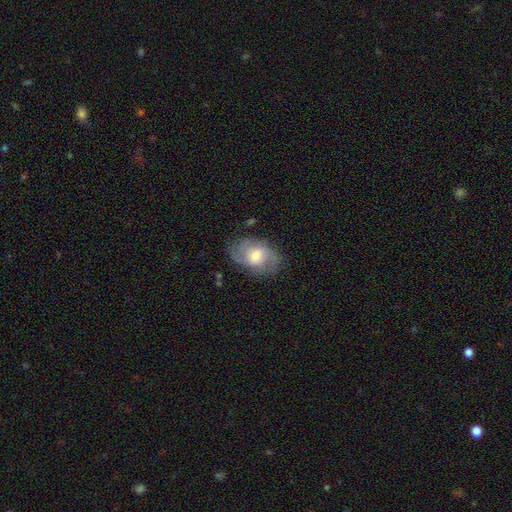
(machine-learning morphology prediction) Smooth or featured?
  - featured or disk: 63% *
  - smooth: 30%
  - star or artifact: 7%
Edge-on disk?
  - no: 96% *
  - yes: 4%
Bar?
  - no: 53% *
  - weak: 40%
  - strong: 7%
Spiral arms?
  - yes: 85% *
  - no: 15%
Spiral winding?
  - medium: 46% *
  - tight: 33%
  - loose: 21%
Spiral arm count?
  - 2: 50% *
  - can't tell: 26%
  - 3: 14%
  - 1: 4%
  - 4: 4%
  - more than 4: 3%
Bulge size?
  - moderate: 62% *
  - small: 19%
  - large: 15%
  - none: 2%
  - dominant: 1%
Merging?
  - none: 70% *
  - minor disturbance: 21%
  - major disturbance: 8%
  - merger: 1%